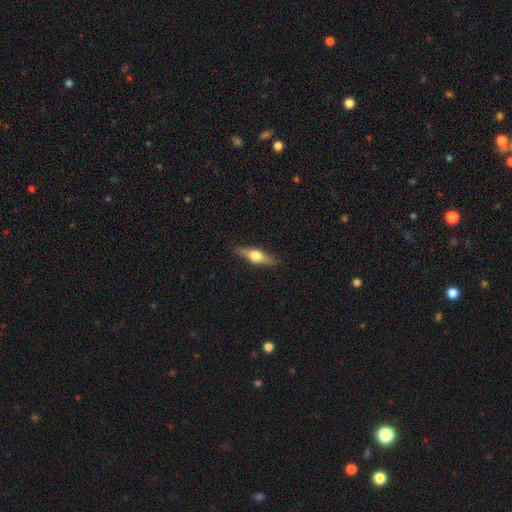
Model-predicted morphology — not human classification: This is possibly a featured or disk galaxy (54%). It is clearly viewed edge-on (94%). Edge-on bulge: clearly rounded (94%). Merging: clearly none (88%).